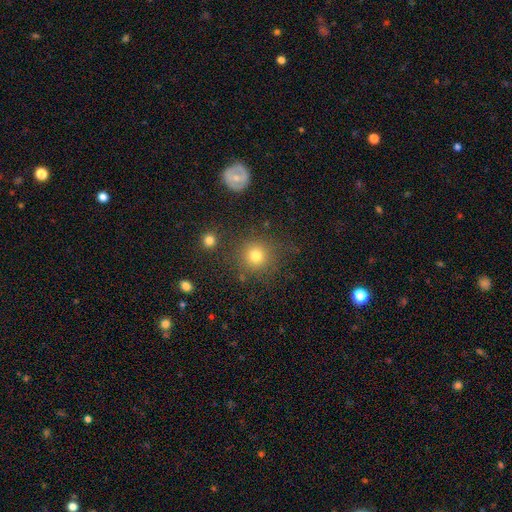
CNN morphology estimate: The model was most divided on "smooth or featured": smooth: 78%, star or artifact: 14%, featured or disk: 8%. More confident: how rounded — round (92%); merging — none (81%).